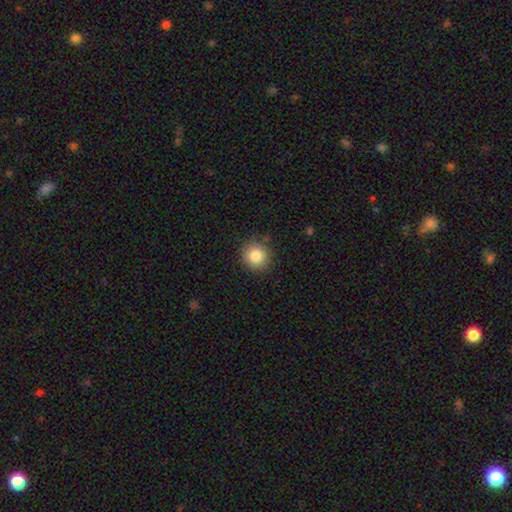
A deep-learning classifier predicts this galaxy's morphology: The model was most divided on "smooth or featured": smooth: 85%, star or artifact: 10%, featured or disk: 6%. More confident: how rounded — round (93%); merging — none (88%).